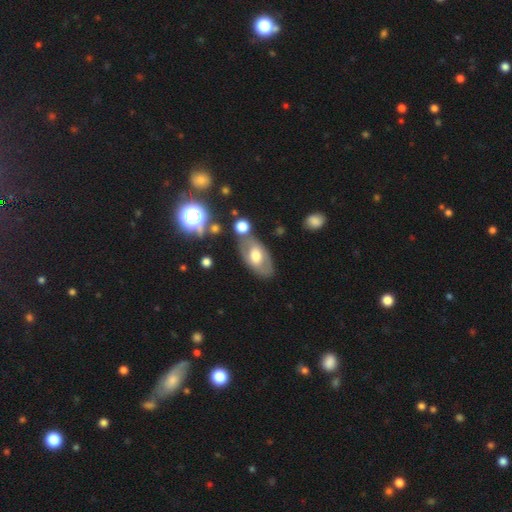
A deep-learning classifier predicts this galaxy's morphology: Smooth or featured: featured or disk — 47% (smooth — 46%)
Merging: none — 65% (minor disturbance — 17%)